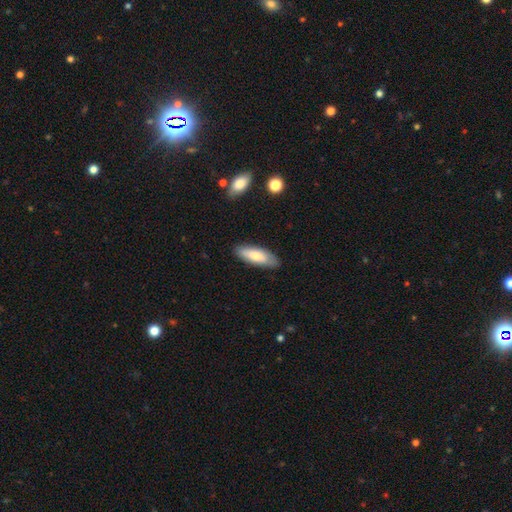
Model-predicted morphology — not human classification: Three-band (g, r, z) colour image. It shows a smooth galaxy with no disk features (75%) that is in between round and cigar-shaped (63%). Merging: none (84%).